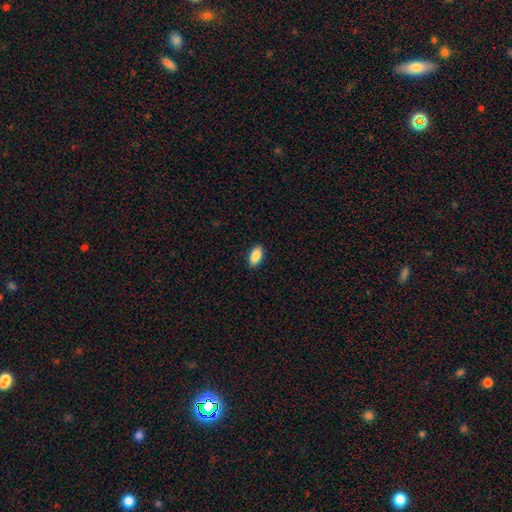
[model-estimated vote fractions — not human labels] A smooth galaxy with no disk features (89%) that is in between round and cigar-shaped (92%).

Vote fractions:
- Smooth or featured? smooth: 89% / star or artifact: 7% / featured or disk: 4%
- How rounded? in between: 92% / cigar-shaped: 5% / round: 3%
- Merging? none: 89% / minor disturbance: 8% / major disturbance: 2% / merger: 1%